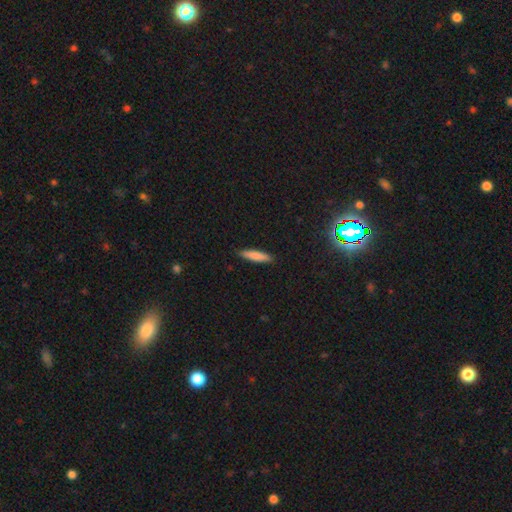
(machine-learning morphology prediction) smooth 81%, featured or disk 13%, star or artifact 6%. Down the decision tree: how rounded — cigar-shaped (81%); merging — none (88%).